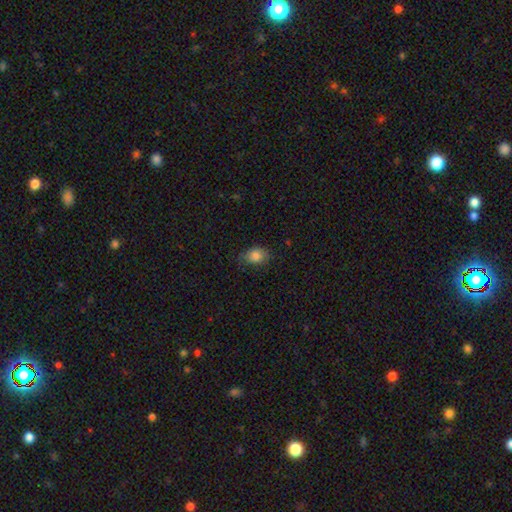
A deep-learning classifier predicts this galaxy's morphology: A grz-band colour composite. It shows a smooth galaxy with no disk features (84%) that is in between round and cigar-shaped (69%). Merging: none (71%).